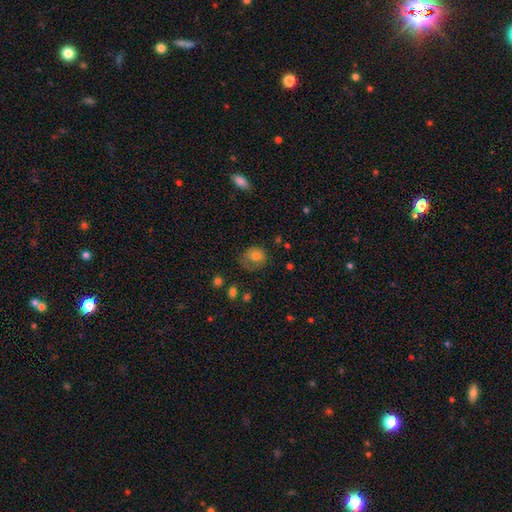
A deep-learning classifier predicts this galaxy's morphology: Smooth or featured? smooth (74%)
How rounded? round (62%)
Merging? none (49%)